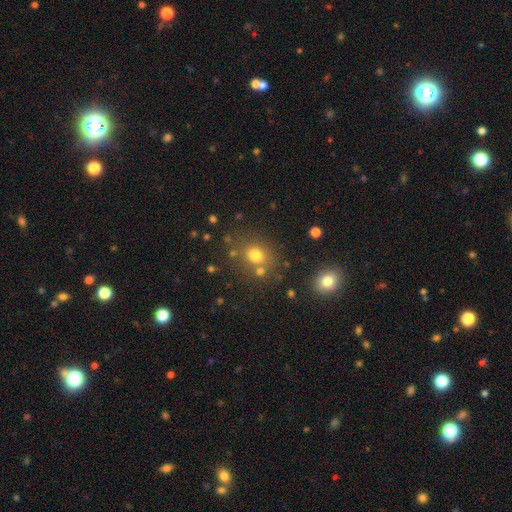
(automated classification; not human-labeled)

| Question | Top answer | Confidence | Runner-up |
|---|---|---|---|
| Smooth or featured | smooth | 73% | star or artifact (17%) |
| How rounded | round | 71% | in between (28%) |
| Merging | none | 69% | merger (15%) |